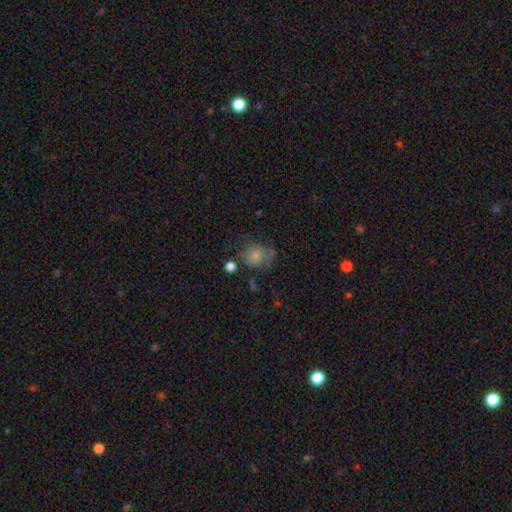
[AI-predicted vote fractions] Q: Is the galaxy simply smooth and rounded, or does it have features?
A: smooth — 73%.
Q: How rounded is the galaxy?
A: round — 66%.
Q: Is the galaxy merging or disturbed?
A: none — 50%.